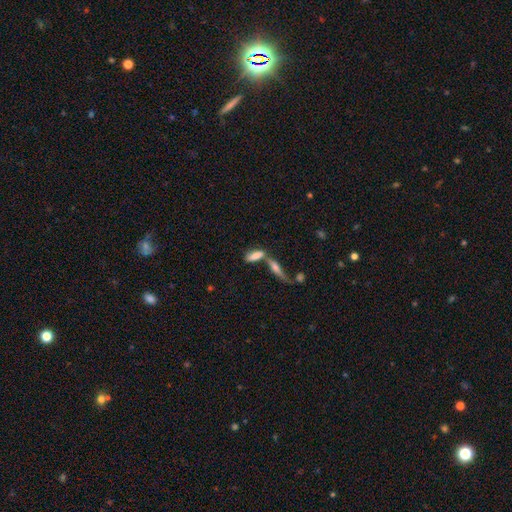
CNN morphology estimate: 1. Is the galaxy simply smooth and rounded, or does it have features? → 68% smooth, 23% featured or disk, 9% star or artifact.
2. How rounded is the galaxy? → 51% in between, 46% cigar-shaped, 3% round.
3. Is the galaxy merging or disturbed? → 45% merger, 39% none, 11% minor disturbance, 5% major disturbance.